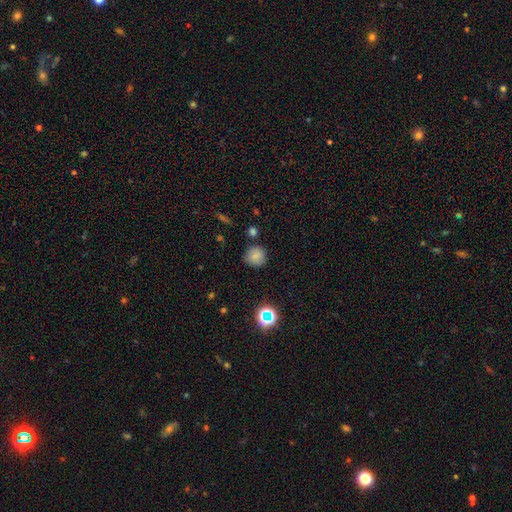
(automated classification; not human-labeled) Smooth or featured? smooth (79%)
How rounded? round (91%)
Merging? none (82%)